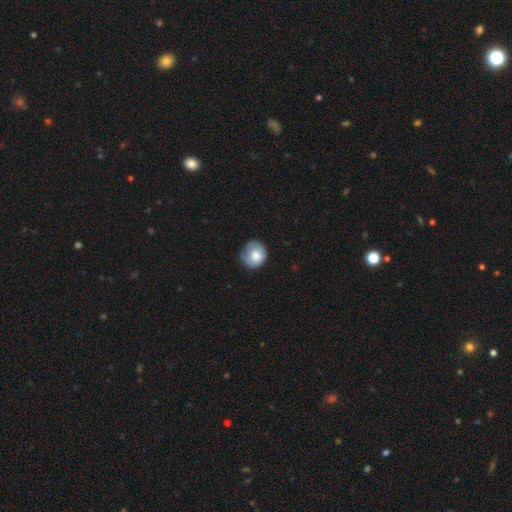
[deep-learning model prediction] Smooth or featured? Predicted: smooth (p=0.78). How rounded? Predicted: round (p=0.78). Merging? Predicted: none (p=0.65).